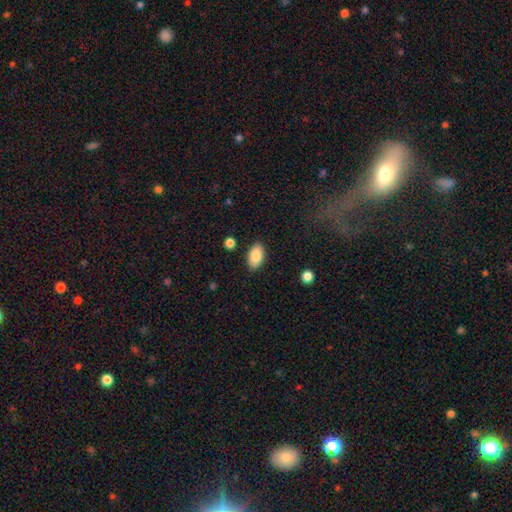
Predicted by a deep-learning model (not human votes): A smooth galaxy with no disk features (86%) that is in between round and cigar-shaped (94%). Merging: none (86%).